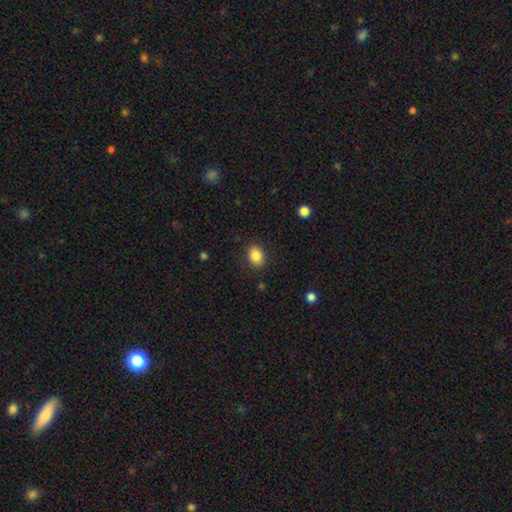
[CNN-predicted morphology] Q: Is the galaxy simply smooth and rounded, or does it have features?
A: smooth — 86%.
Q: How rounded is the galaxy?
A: in between — 77%.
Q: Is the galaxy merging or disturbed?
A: none — 86%.